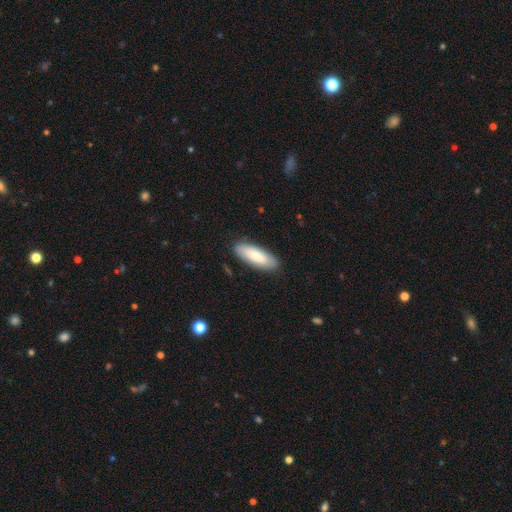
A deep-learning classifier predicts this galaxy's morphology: Smooth or featured: smooth — 81% (featured or disk — 14%)
How rounded: in between — 67% (cigar-shaped — 32%)
Merging: none — 87% (minor disturbance — 10%)